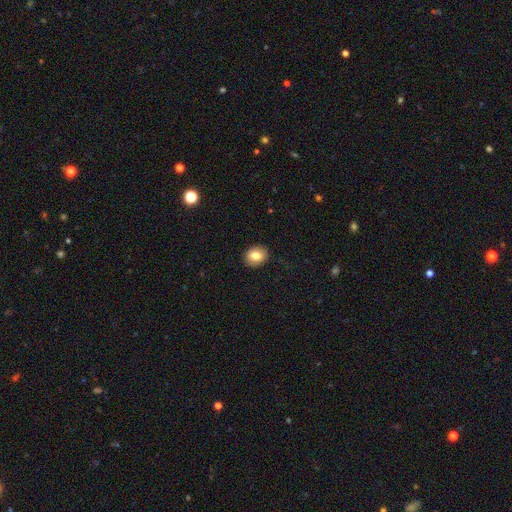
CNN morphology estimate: A smooth galaxy with no disk features (80%) that is round (56%).

Vote fractions:
- Smooth or featured? smooth: 80% / featured or disk: 11% / star or artifact: 9%
- How rounded? round: 56% / in between: 43% / cigar-shaped: 1%
- Merging? none: 90% / minor disturbance: 7% / major disturbance: 2% / merger: 1%